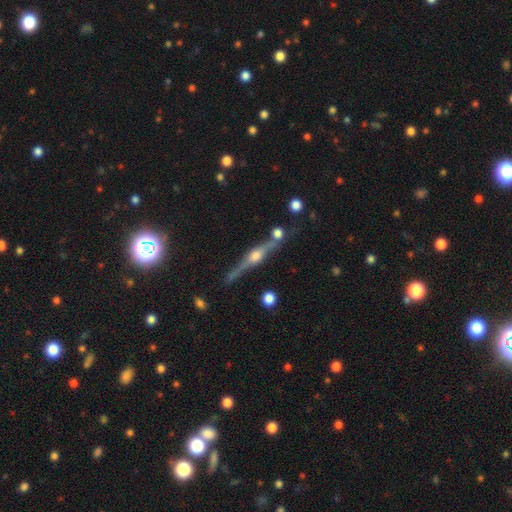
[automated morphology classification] Overall: featured or disk (83%). Edge-on disk: yes (97%). Edge-on bulge: rounded (90%). Merging: none (79%).